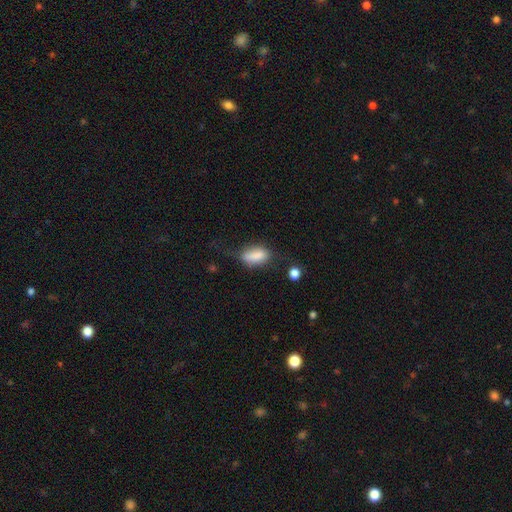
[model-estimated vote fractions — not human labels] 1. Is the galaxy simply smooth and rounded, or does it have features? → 81% smooth, 11% featured or disk, 8% star or artifact.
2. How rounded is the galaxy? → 87% in between, 8% cigar-shaped, 5% round.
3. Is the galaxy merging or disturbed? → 44% none, 31% minor disturbance, 20% major disturbance, 5% merger.